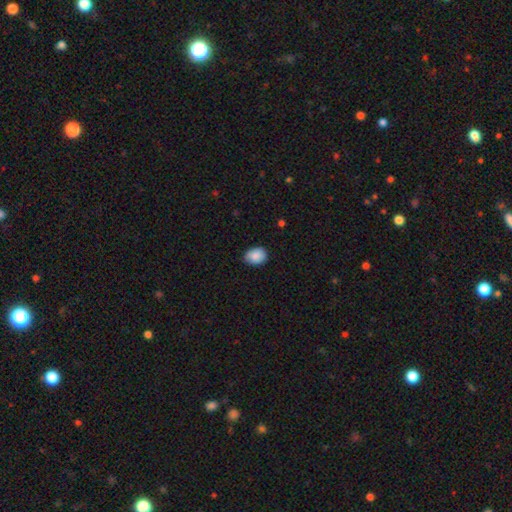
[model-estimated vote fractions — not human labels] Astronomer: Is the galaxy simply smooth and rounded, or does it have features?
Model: smooth — 88%.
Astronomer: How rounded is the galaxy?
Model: in between — 56% (runner-up: round, 43%).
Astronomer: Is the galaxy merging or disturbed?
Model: none — 76%.